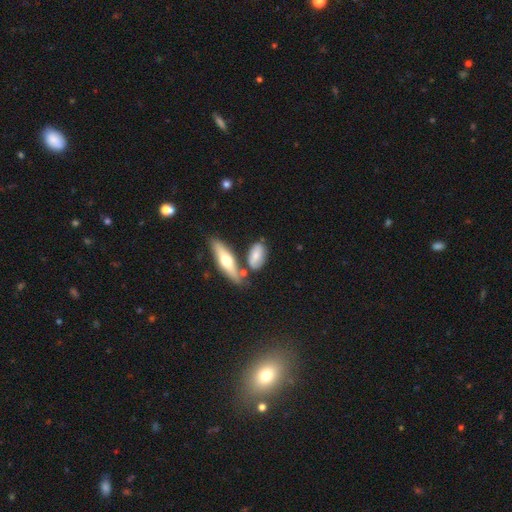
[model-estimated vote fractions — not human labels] Smooth or featured?
  - smooth: 63% *
  - featured or disk: 31%
  - star or artifact: 7%
How rounded?
  - in between: 79% *
  - cigar-shaped: 16%
  - round: 5%
Merging?
  - none: 61% *
  - minor disturbance: 17%
  - merger: 16%
  - major disturbance: 5%